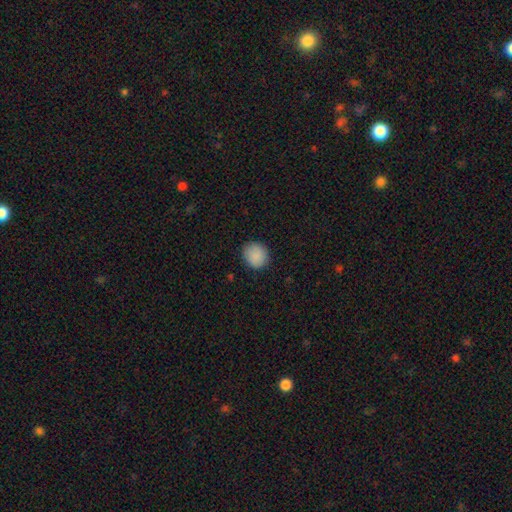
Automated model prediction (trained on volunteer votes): Morphology: type=smooth (89%); roundness=round (86%); merging=none (88%).